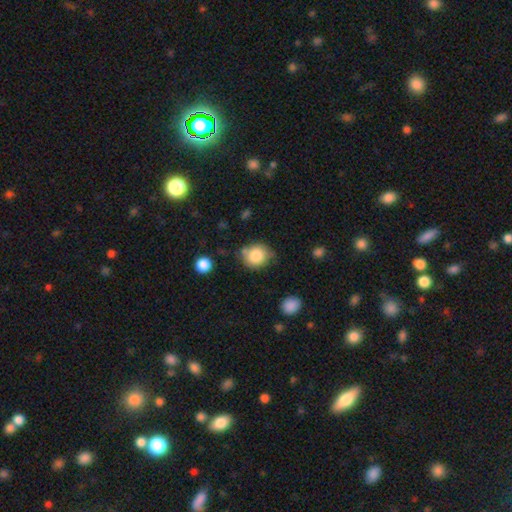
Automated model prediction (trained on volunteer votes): Smooth or featured: smooth — 82% (star or artifact — 10%)
How rounded: round — 81% (in between — 18%)
Merging: none — 67% (minor disturbance — 20%)